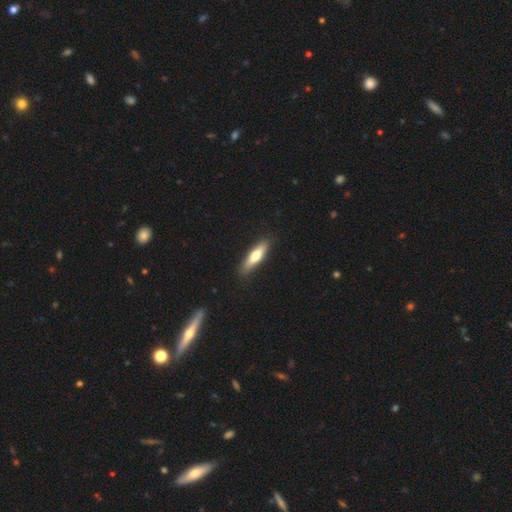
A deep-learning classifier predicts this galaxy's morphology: Q: Smooth or featured?
A: smooth (68%); runner-up: featured or disk (26%)
Q: How rounded?
A: cigar-shaped (71%); runner-up: in between (27%)
Q: Merging?
A: none (86%); runner-up: minor disturbance (10%)